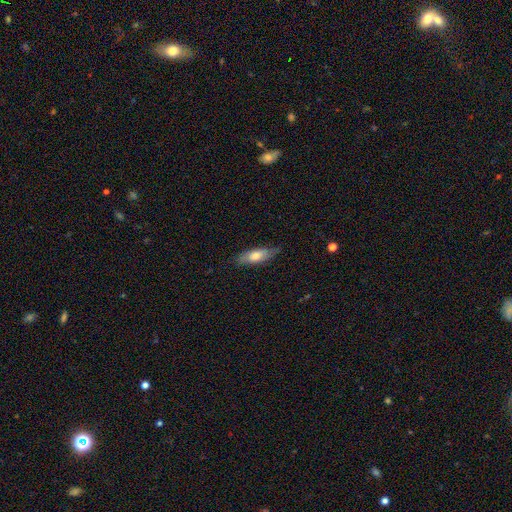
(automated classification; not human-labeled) A smooth galaxy with no disk features (66%) that is in between round and cigar-shaped (56%).

Vote fractions:
- Smooth or featured? smooth: 66% / featured or disk: 28% / star or artifact: 6%
- How rounded? in between: 56% / cigar-shaped: 41% / round: 2%
- Merging? none: 78% / minor disturbance: 18% / major disturbance: 3% / merger: 1%